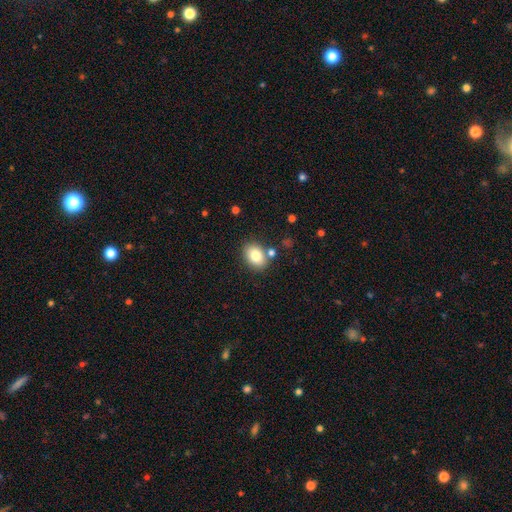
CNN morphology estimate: Smooth or featured? smooth (82%)
How rounded? in between (66%)
Merging? none (78%)